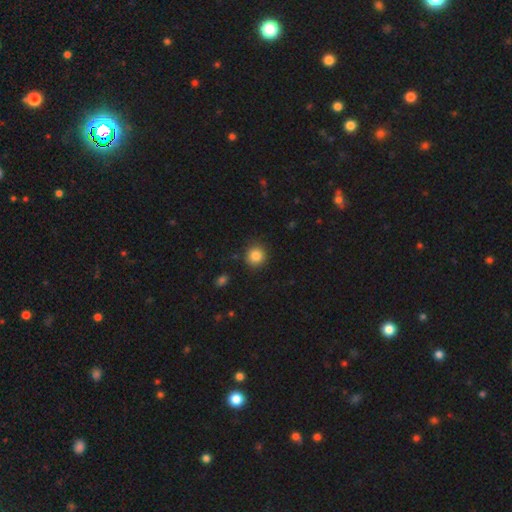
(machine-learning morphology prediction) A smooth galaxy with no disk features (85%) that is round (92%).

Vote fractions:
- Smooth or featured? smooth: 85% / star or artifact: 10% / featured or disk: 5%
- How rounded? round: 92% / in between: 8% / cigar-shaped: 1%
- Merging? none: 89% / minor disturbance: 7% / major disturbance: 2% / merger: 1%